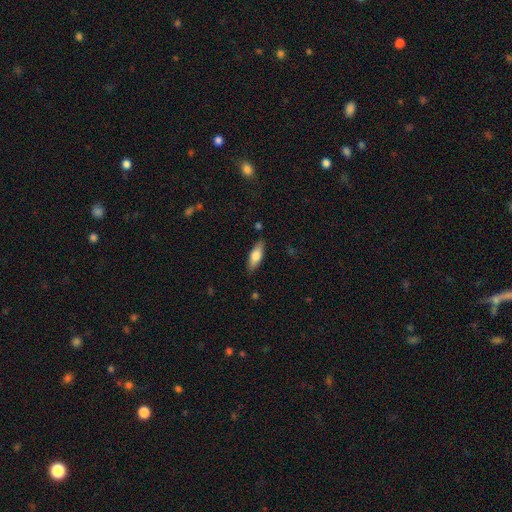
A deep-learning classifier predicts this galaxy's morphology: This is likely a smooth galaxy (74%). How rounded: likely in between (64%). Merging: clearly none (85%).